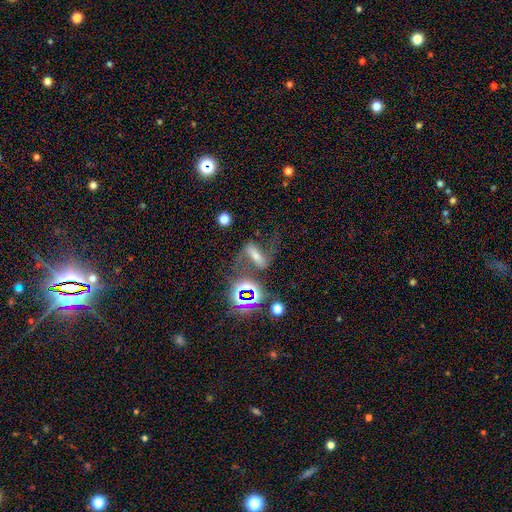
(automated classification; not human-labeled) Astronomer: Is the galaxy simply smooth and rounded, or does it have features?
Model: featured or disk — 55%.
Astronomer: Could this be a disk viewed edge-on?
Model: no — 83%.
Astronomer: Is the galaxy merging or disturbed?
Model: none — 55%.